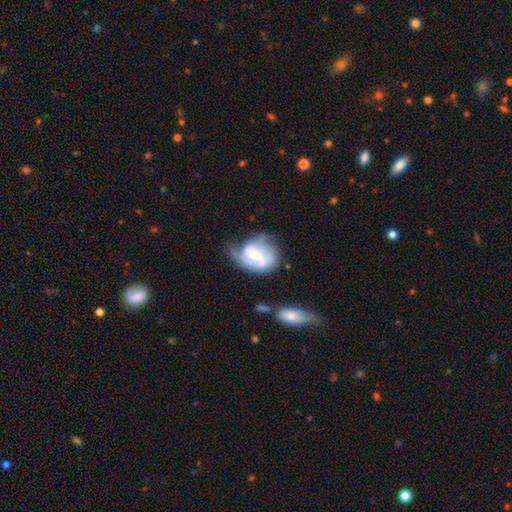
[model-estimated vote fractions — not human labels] The model was most divided on "bulge size": small: 38%, moderate: 34%, none: 19%, large: 7%, dominant: 2%. Remaining: edge-on disk — no (97%); spiral arms — yes (80%); smooth or featured — featured or disk (67%); bar — weak (48%); spiral arm count — 2 (47%); spiral winding — medium (42%); merging — none (35%).